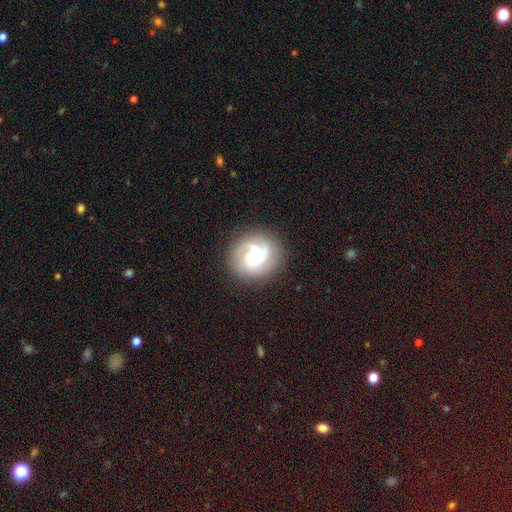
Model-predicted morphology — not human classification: A featured or disk galaxy (78%) with no bar (66%), 3 (52%) tight (50%) spiral arms (97%) and a moderate central bulge (37%). Merging: none (80%).